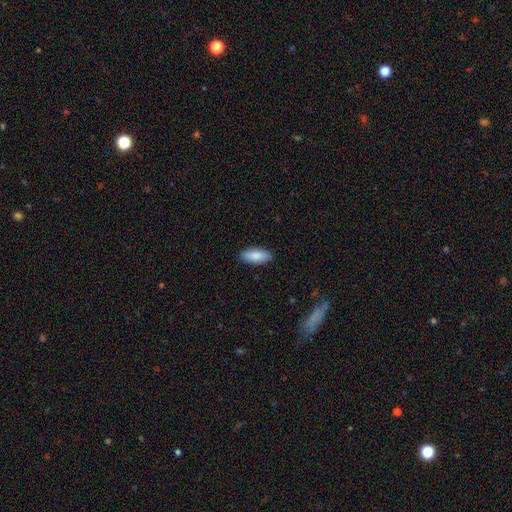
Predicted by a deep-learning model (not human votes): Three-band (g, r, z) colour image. It shows a smooth galaxy with no disk features (87%) that is in between round and cigar-shaped (80%). Merging: none (89%).